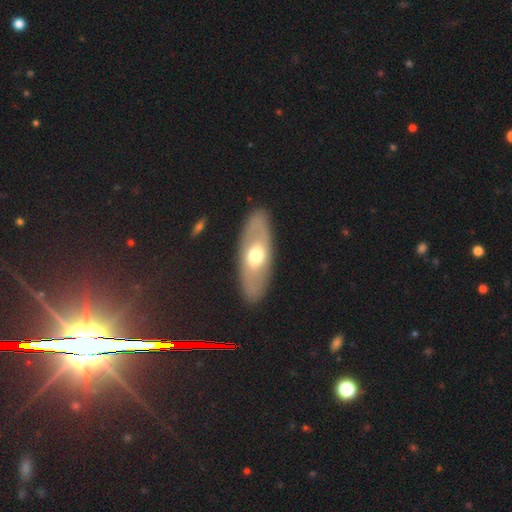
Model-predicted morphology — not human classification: type=featured or disk (52%); edge-on=no (78%); merging=none (88%).